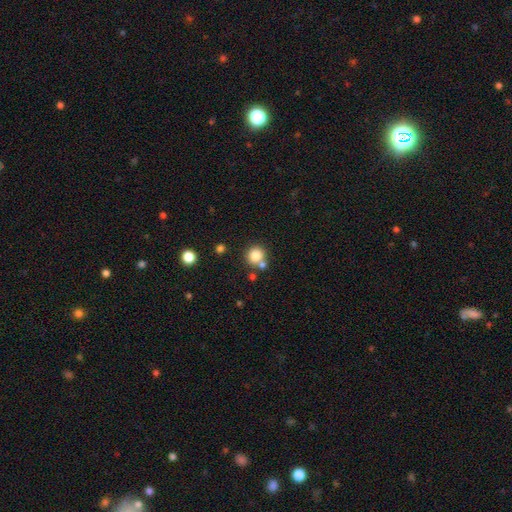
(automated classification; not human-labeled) smooth_or_featured: smooth (p=0.82) [alt: star or artifact p=0.11]
how_rounded: round (p=0.91) [alt: in between p=0.08]
merging: none (p=0.66) [alt: merger p=0.21]